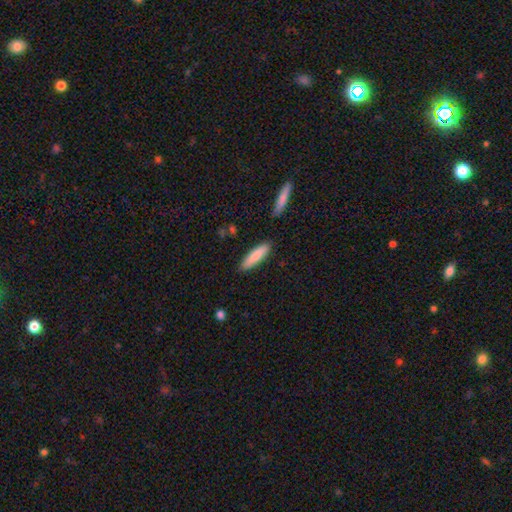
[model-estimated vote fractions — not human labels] Q: Smooth or featured?
A: smooth (83%); runner-up: featured or disk (12%)
Q: How rounded?
A: cigar-shaped (66%); runner-up: in between (33%)
Q: Merging?
A: none (86%); runner-up: minor disturbance (10%)